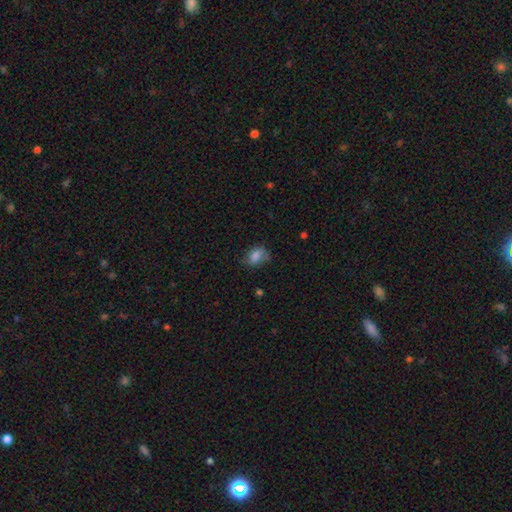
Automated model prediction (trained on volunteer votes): Morphology: type=smooth (79%); roundness=in between (78%); merging=none (59%).